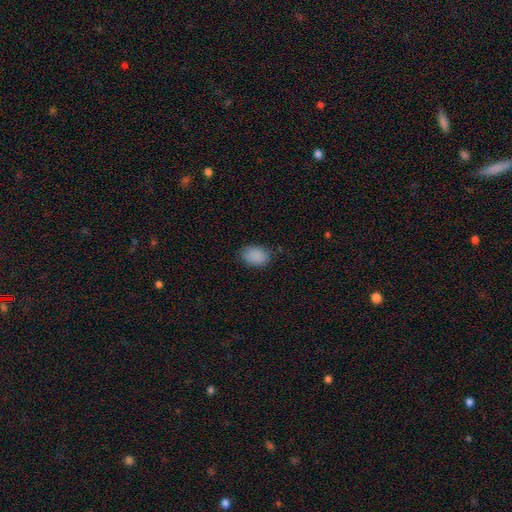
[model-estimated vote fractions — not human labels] smooth-or-featured: smooth: 89% | star or artifact: 8% | featured or disk: 3%
  how-rounded: in between: 80% | round: 19% | cigar-shaped: 1%
  merging: none: 81% | minor disturbance: 15% | major disturbance: 3% | merger: 1%